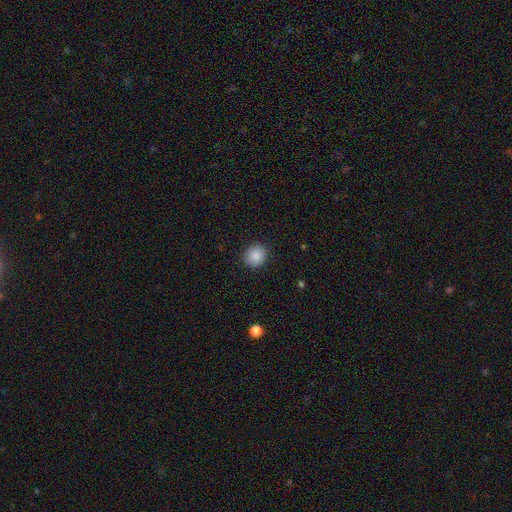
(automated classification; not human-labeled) Morphology: type=smooth (87%); roundness=round (86%); merging=none (90%).